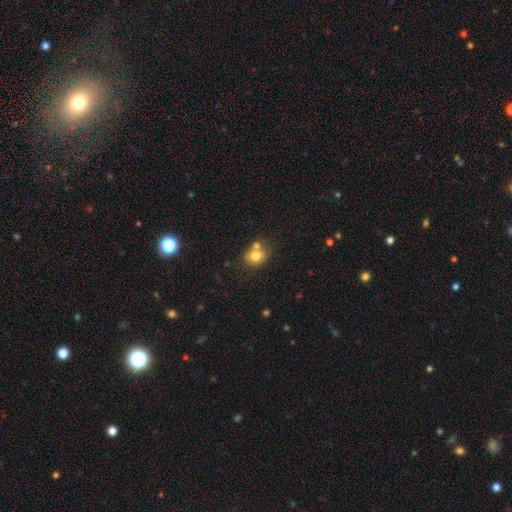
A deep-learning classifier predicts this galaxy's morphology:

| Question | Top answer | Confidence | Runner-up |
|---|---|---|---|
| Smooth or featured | smooth | 75% | featured or disk (13%) |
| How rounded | round | 57% | in between (42%) |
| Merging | none | 54% | merger (29%) |